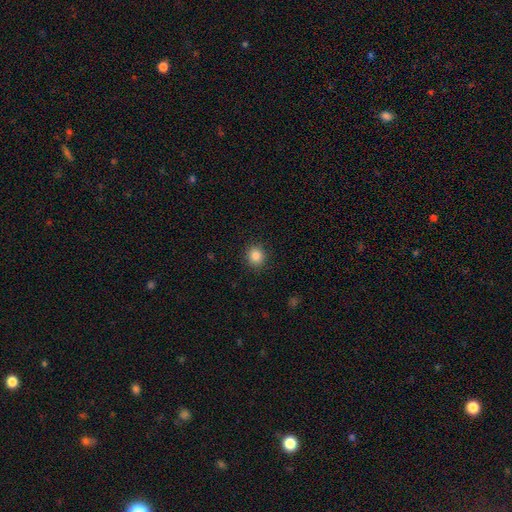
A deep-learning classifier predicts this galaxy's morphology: Smooth or featured: smooth — 85% (star or artifact — 10%)
How rounded: round — 87% (in between — 12%)
Merging: none — 91% (minor disturbance — 6%)